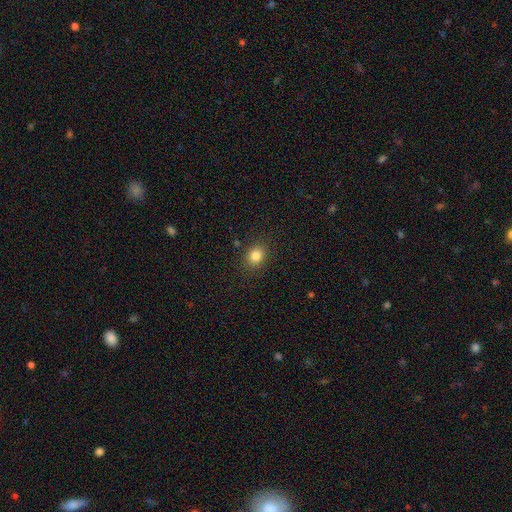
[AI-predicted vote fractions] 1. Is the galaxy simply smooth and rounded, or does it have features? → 83% smooth, 11% star or artifact, 6% featured or disk.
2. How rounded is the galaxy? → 56% round, 43% in between, 1% cigar-shaped.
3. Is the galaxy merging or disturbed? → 87% none, 9% minor disturbance, 3% major disturbance, 2% merger.